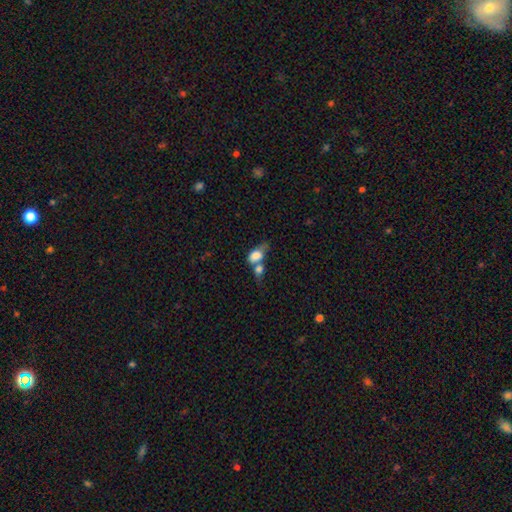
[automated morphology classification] This appears to be a smooth galaxy with no disk features (75%) that is in between round and cigar-shaped (82%). Merging: merger (62%).